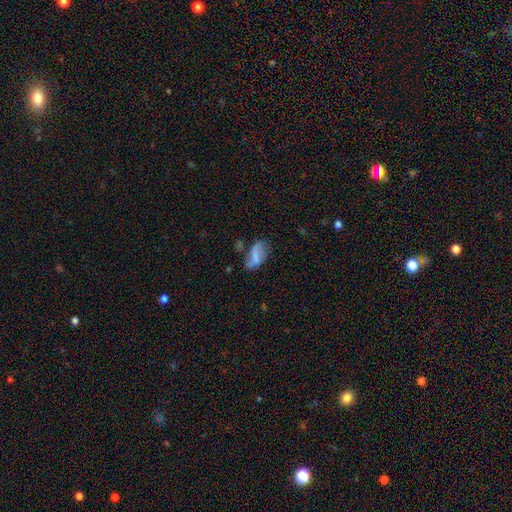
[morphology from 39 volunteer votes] A smooth galaxy with no disk features (51%) that is in between round and cigar-shaped (95%).

Vote fractions:
- Smooth or featured? smooth: 51% / featured or disk: 46% / star or artifact: 3%
- How rounded? in between: 95% / cigar-shaped: 5% / round: 0%
- Merging? none: 42% / minor disturbance: 37% / major disturbance: 16% / merger: 5%